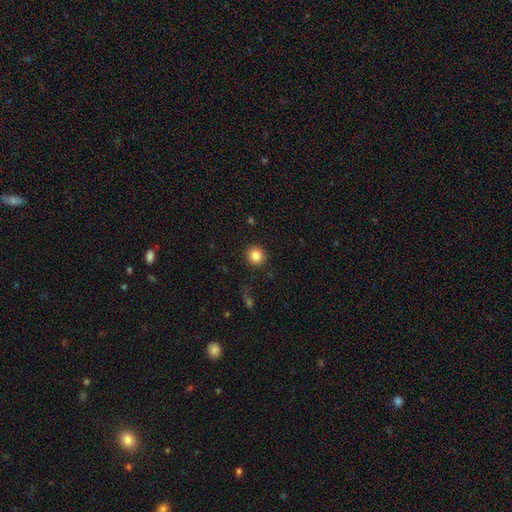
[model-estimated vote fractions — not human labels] Overall: smooth (85%). How rounded: round (94%). Merging: none (91%).